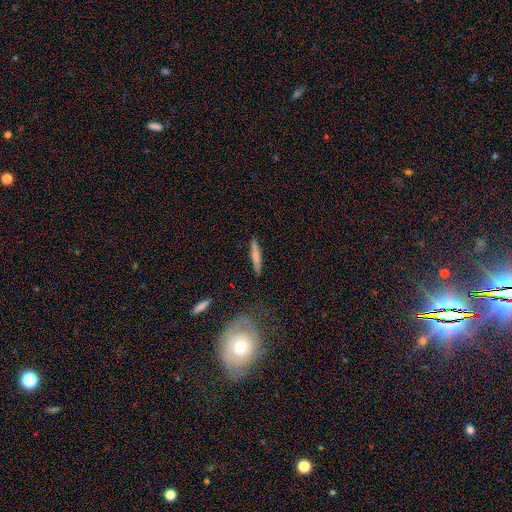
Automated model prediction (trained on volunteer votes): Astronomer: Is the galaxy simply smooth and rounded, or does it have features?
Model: smooth — 71%.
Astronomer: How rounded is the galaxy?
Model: cigar-shaped — 91%.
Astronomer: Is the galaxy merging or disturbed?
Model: none — 87%.